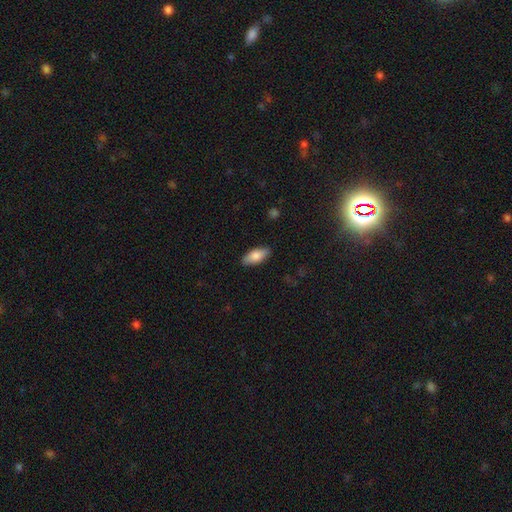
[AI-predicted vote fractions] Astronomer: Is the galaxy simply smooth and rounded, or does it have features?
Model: smooth — 80%.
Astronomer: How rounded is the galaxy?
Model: in between — 84%.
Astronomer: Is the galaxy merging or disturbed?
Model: none — 88%.